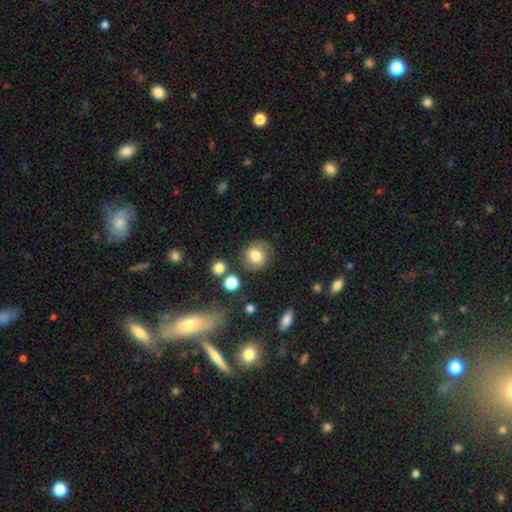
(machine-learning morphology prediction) This is likely a smooth galaxy (74%). How rounded: clearly round (84%). Merging: likely none (77%).